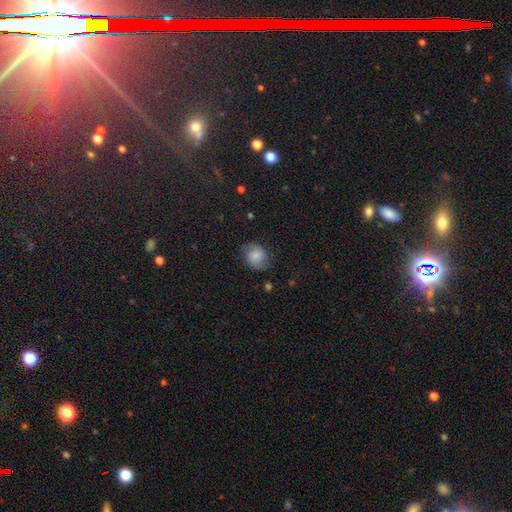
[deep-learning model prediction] Smooth or featured? Predicted: smooth (p=0.67). How rounded? Predicted: round (p=0.60). Merging? Predicted: none (p=0.71).